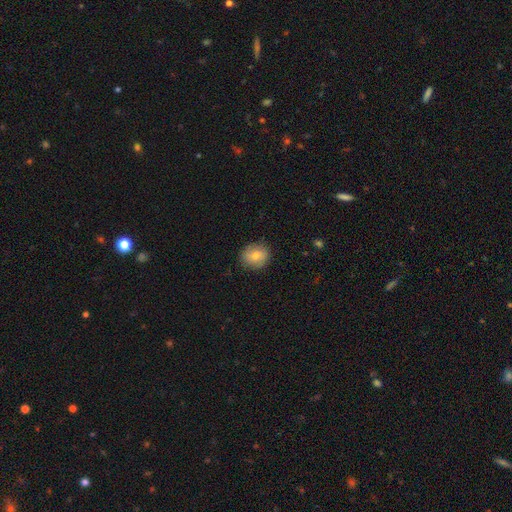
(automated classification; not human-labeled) Overall: smooth (76%). How rounded: round (75%). Merging: none (85%).